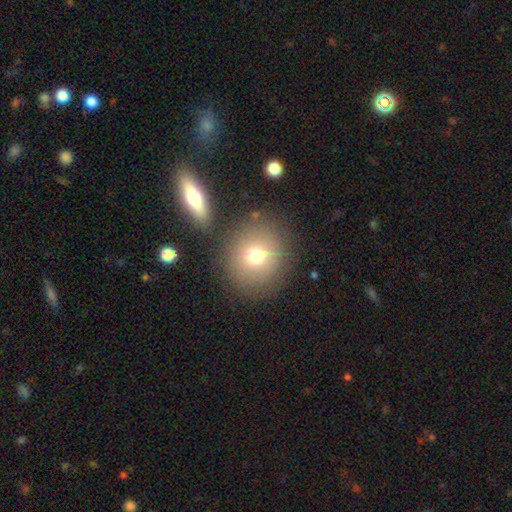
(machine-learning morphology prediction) smooth 71%, featured or disk 16%, star or artifact 14%. Down the decision tree: how rounded — round (85%); merging — none (80%).